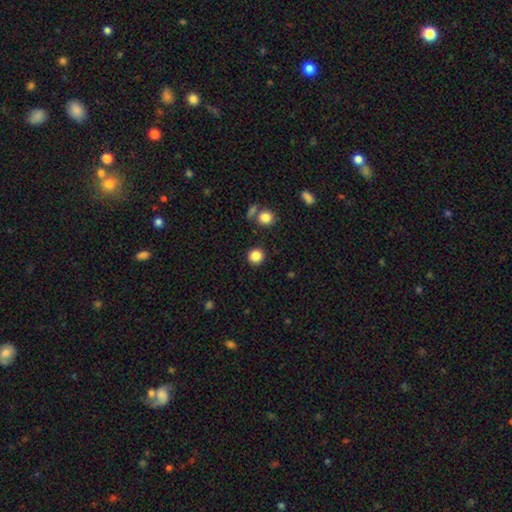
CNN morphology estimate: A smooth galaxy with no disk features (85%) that is round (93%).

Vote fractions:
- Smooth or featured? smooth: 85% / star or artifact: 11% / featured or disk: 4%
- How rounded? round: 93% / in between: 6% / cigar-shaped: 1%
- Merging? none: 90% / minor disturbance: 6% / merger: 3% / major disturbance: 2%